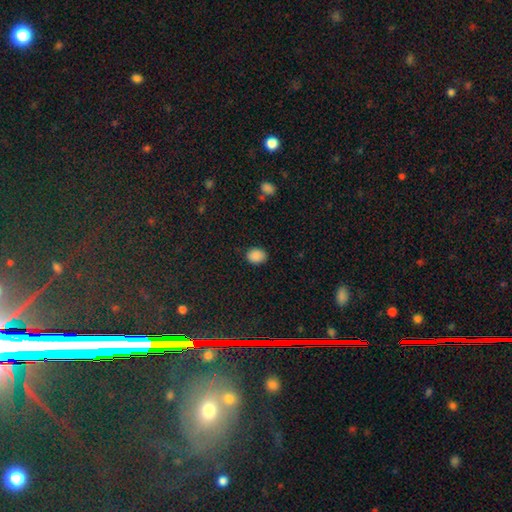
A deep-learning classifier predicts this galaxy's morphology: This is clearly a smooth galaxy (88%). How rounded: possibly in between (56%). Merging: clearly none (85%).